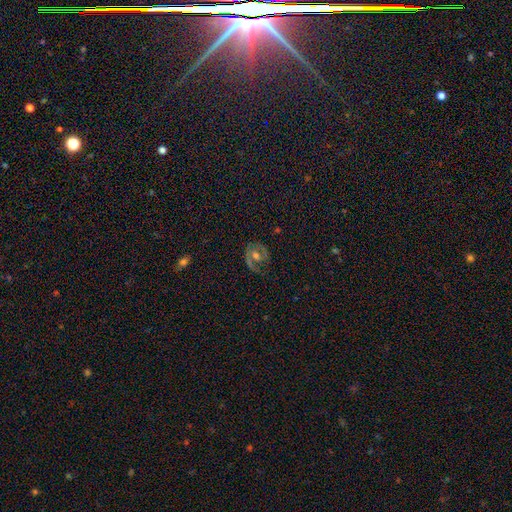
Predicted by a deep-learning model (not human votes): smooth_or_featured: featured or disk (p=0.67) [alt: smooth p=0.22]
disk_edge_on: no (p=0.96) [alt: yes p=0.04]
bar: no (p=0.42) [alt: weak p=0.40]
has_spiral_arms: yes (p=0.75) [alt: no p=0.25]
bulge_size: moderate (p=0.61) [alt: small p=0.18]
merging: none (p=0.70) [alt: minor disturbance p=0.17]